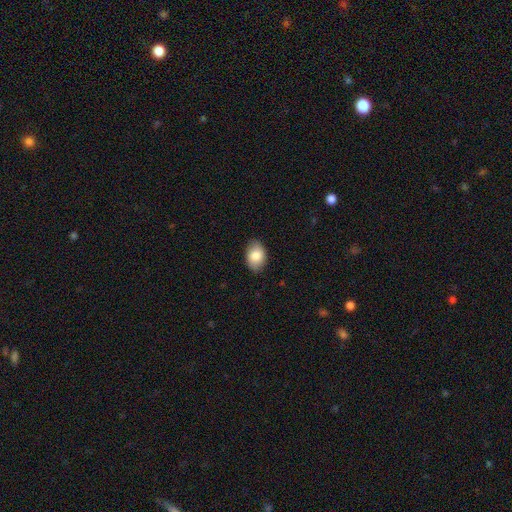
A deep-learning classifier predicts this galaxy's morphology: Overall: smooth (84%). How rounded: in between (85%). Merging: none (84%).